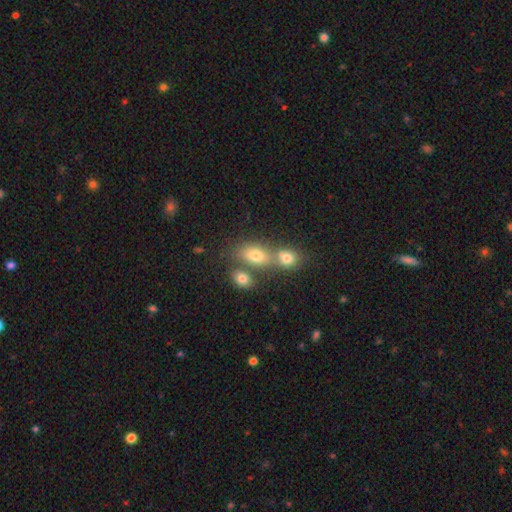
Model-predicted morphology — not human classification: Smooth or featured?
  - smooth: 73% *
  - featured or disk: 14%
  - star or artifact: 13%
How rounded?
  - in between: 75% *
  - round: 22%
  - cigar-shaped: 3%
Merging?
  - merger: 47% *
  - none: 40%
  - minor disturbance: 9%
  - major disturbance: 4%